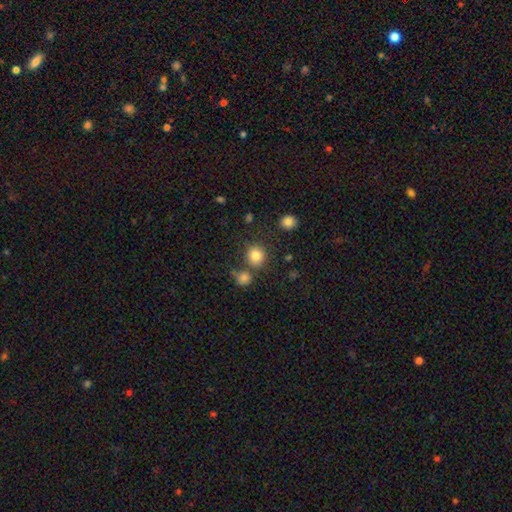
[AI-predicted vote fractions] Smooth or featured? Predicted: smooth (p=0.83). How rounded? Predicted: round (p=0.87). Merging? Predicted: none (p=0.74).